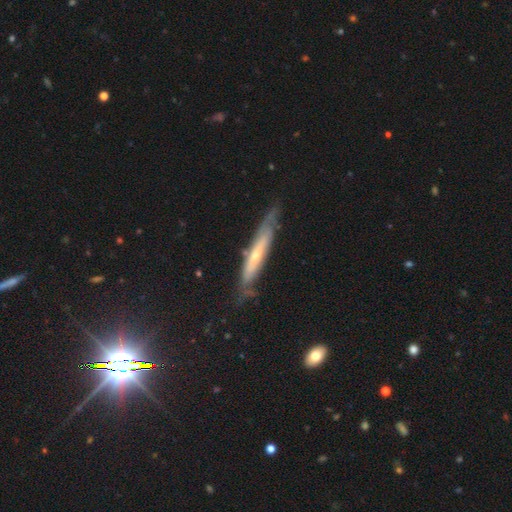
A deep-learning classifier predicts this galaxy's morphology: Q: Smooth or featured?
A: featured or disk (68%); runner-up: smooth (25%)
Q: Edge-on disk?
A: yes (62%); runner-up: no (38%)
Q: Merging?
A: none (64%); runner-up: minor disturbance (25%)